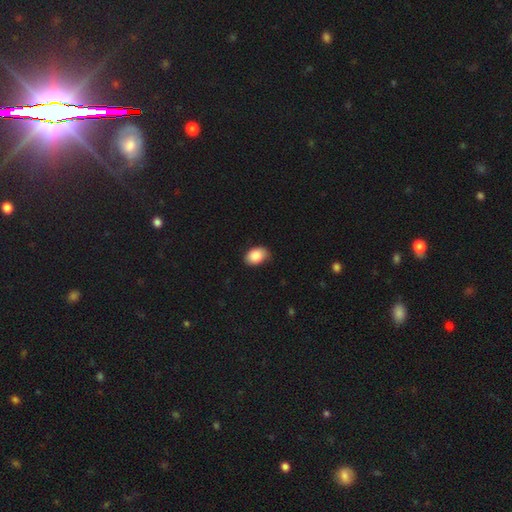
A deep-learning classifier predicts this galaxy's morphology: A smooth galaxy with no disk features (88%) that is in between round and cigar-shaped (82%).

Vote fractions:
- Smooth or featured? smooth: 88% / star or artifact: 7% / featured or disk: 5%
- How rounded? in between: 82% / round: 17% / cigar-shaped: 1%
- Merging? none: 78% / minor disturbance: 19% / major disturbance: 3% / merger: 1%